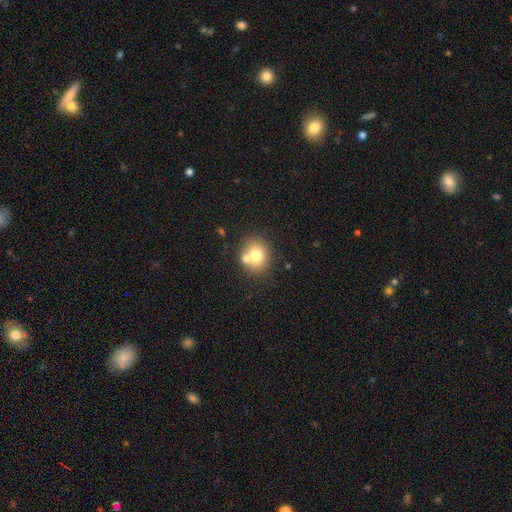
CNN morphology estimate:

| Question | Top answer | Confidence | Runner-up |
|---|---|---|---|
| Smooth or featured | smooth | 72% | featured or disk (17%) |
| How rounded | round | 70% | in between (29%) |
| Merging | none | 59% | merger (26%) |